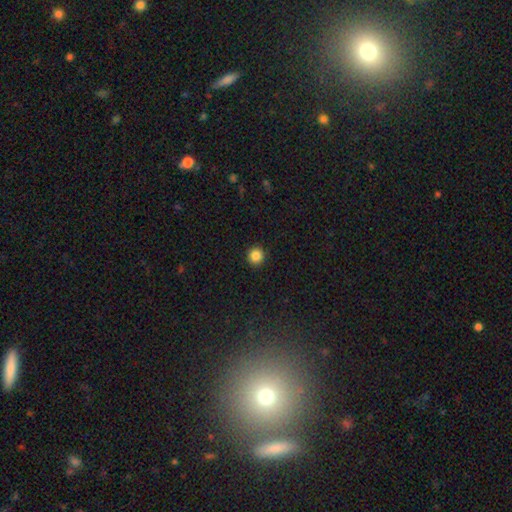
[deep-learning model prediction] A smooth galaxy with no disk features (86%) that is round (95%).

Vote fractions:
- Smooth or featured? smooth: 86% / star or artifact: 11% / featured or disk: 4%
- How rounded? round: 95% / in between: 4% / cigar-shaped: 1%
- Merging? none: 93% / minor disturbance: 5% / major disturbance: 2% / merger: 1%